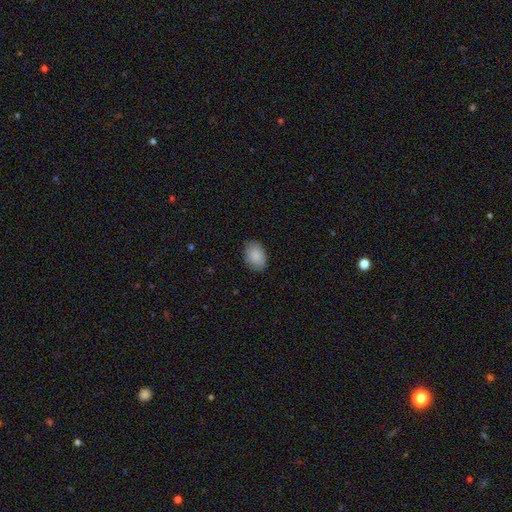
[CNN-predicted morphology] Smooth or featured?
  - smooth: 87% *
  - star or artifact: 7%
  - featured or disk: 6%
How rounded?
  - in between: 81% *
  - round: 18%
  - cigar-shaped: 1%
Merging?
  - none: 81% *
  - minor disturbance: 15%
  - major disturbance: 3%
  - merger: 1%